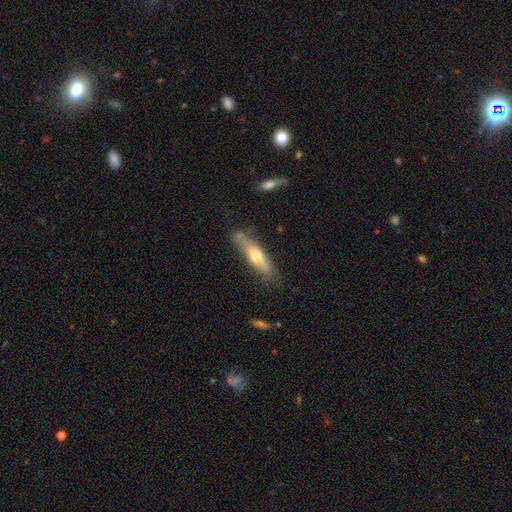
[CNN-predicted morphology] This is possibly a featured or disk galaxy (48%). Merging: likely none (73%).